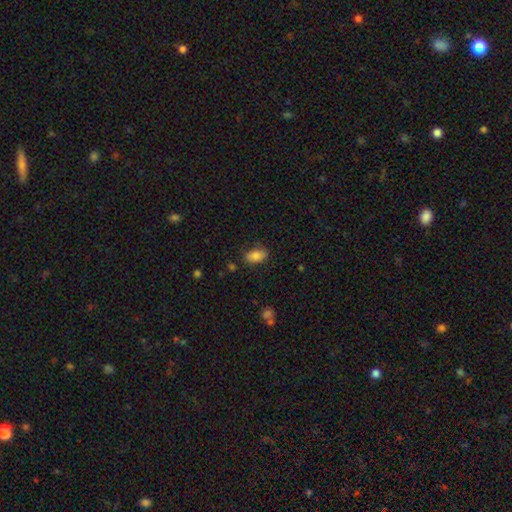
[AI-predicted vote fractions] This appears to be a smooth galaxy with no disk features (82%) that is in between round and cigar-shaped (90%). Merging: none (76%).